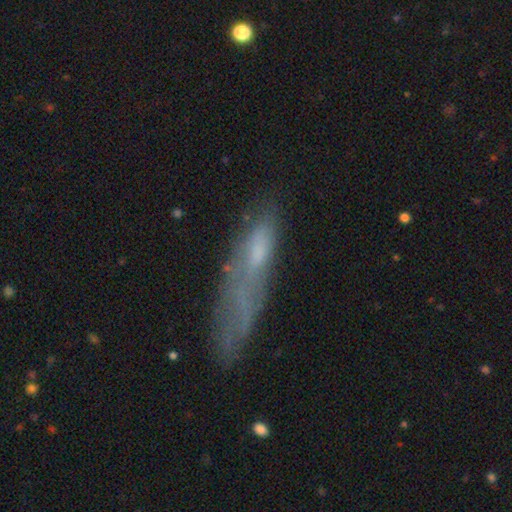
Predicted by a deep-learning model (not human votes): smooth-or-featured: smooth: 49% | featured or disk: 39% | star or artifact: 12%
  merging: none: 50% | minor disturbance: 26% | major disturbance: 19% | merger: 5%